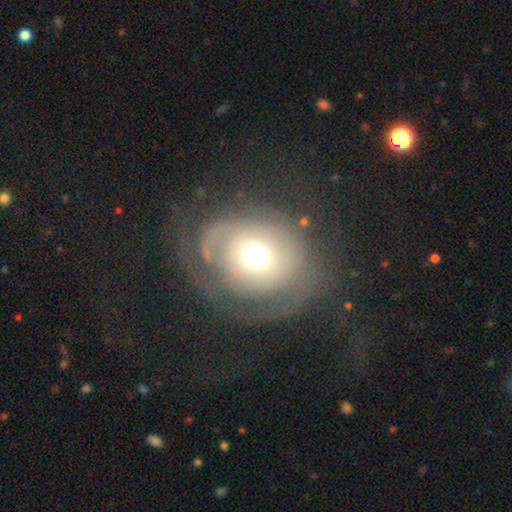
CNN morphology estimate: Smooth or featured? Predicted: featured or disk (p=0.49). Merging? Predicted: none (p=0.49).